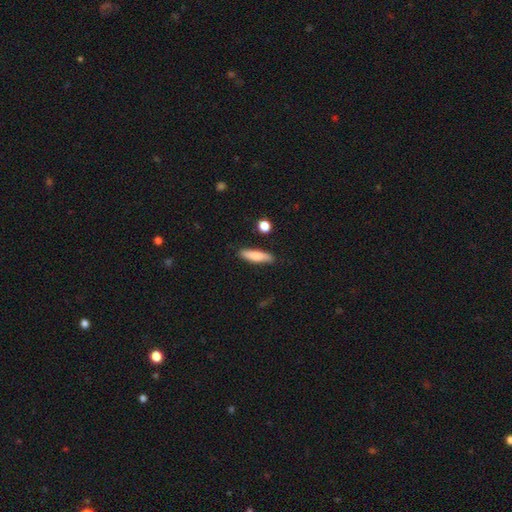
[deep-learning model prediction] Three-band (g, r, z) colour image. It shows a smooth galaxy with no disk features (79%) that is cigar-shaped (67%). Merging: none (83%).